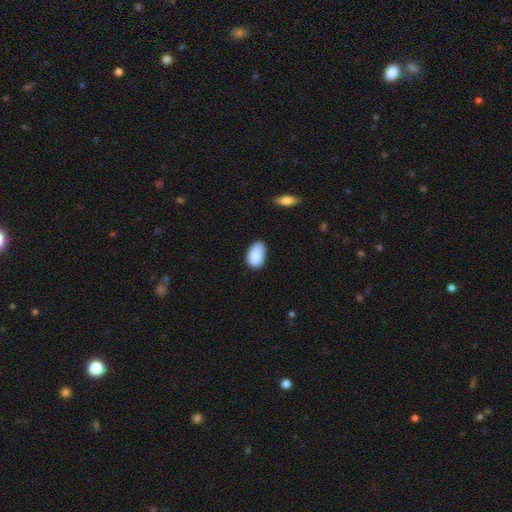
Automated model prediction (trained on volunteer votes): A smooth galaxy with no disk features (87%) that is in between round and cigar-shaped (92%). Merging: none (64%).